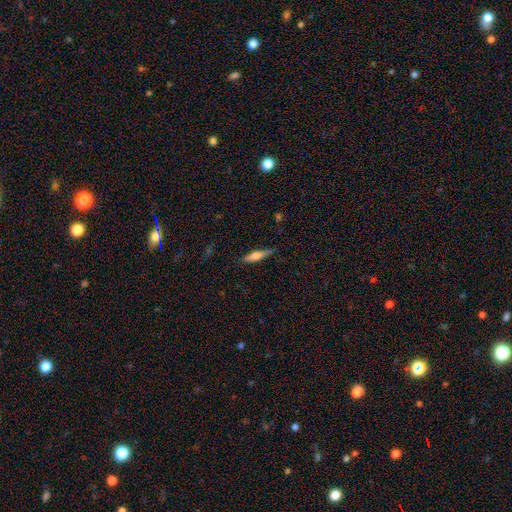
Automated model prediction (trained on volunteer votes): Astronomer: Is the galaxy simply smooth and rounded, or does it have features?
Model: featured or disk — 47% (runner-up: smooth, 46%).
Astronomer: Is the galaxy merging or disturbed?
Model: none — 84%.